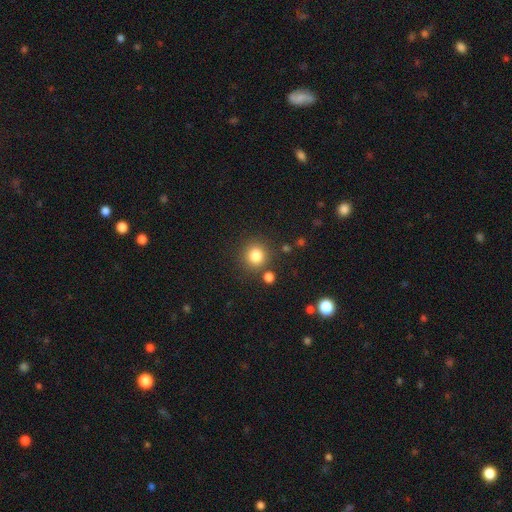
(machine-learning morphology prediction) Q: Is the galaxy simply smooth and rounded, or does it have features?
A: smooth — 82%.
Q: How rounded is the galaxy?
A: round — 91%.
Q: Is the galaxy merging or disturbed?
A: none — 82%.